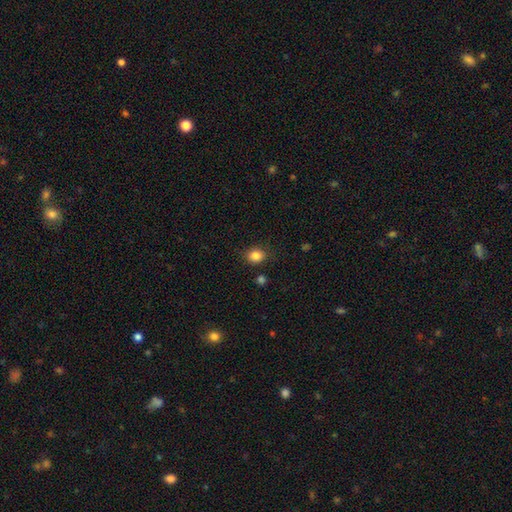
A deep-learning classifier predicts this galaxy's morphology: Smooth or featured?
  - smooth: 85% *
  - star or artifact: 11%
  - featured or disk: 5%
How rounded?
  - round: 61% *
  - in between: 38%
  - cigar-shaped: 1%
Merging?
  - none: 84% *
  - minor disturbance: 11%
  - major disturbance: 3%
  - merger: 3%